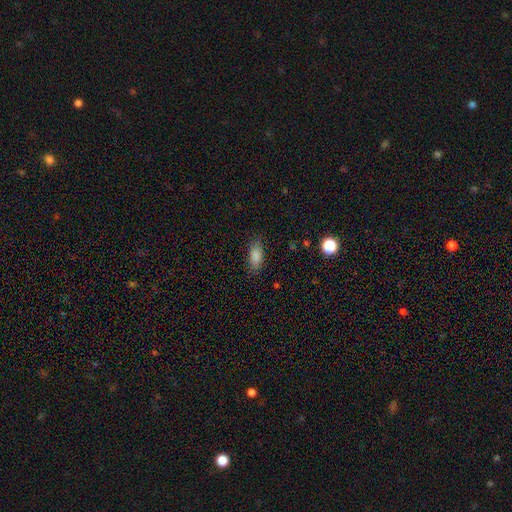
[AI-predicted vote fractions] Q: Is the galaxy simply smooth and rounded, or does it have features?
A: smooth — 86%.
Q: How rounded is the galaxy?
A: in between — 86%.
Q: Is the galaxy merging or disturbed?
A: none — 82%.